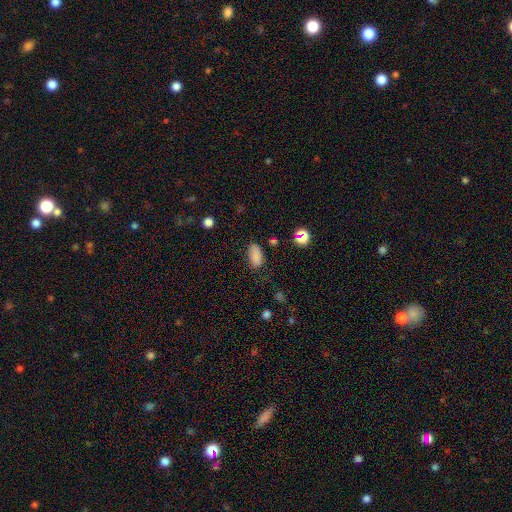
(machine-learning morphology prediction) smooth-or-featured: smooth: 83% | star or artifact: 12% | featured or disk: 5%
  how-rounded: in between: 92% | round: 5% | cigar-shaped: 3%
  merging: none: 77% | minor disturbance: 16% | major disturbance: 4% | merger: 2%